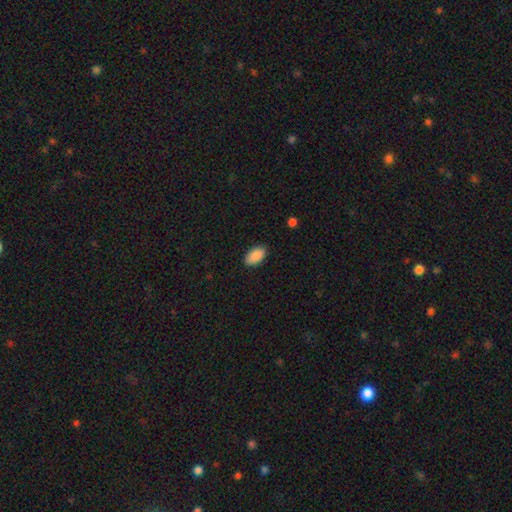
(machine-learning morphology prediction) smooth-or-featured: smooth: 90% | star or artifact: 7% | featured or disk: 3%
  how-rounded: in between: 94% | round: 3% | cigar-shaped: 2%
  merging: none: 87% | minor disturbance: 9% | major disturbance: 2% | merger: 1%